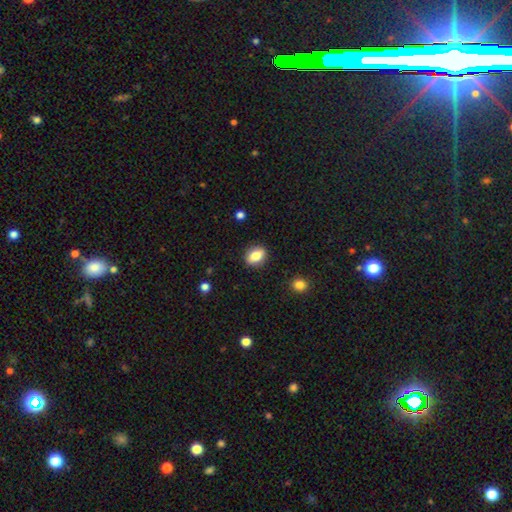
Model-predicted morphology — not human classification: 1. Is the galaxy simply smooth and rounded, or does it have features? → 79% smooth, 13% featured or disk, 8% star or artifact.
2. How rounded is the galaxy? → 72% in between, 25% round, 3% cigar-shaped.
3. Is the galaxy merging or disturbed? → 87% none, 9% minor disturbance, 2% major disturbance, 1% merger.